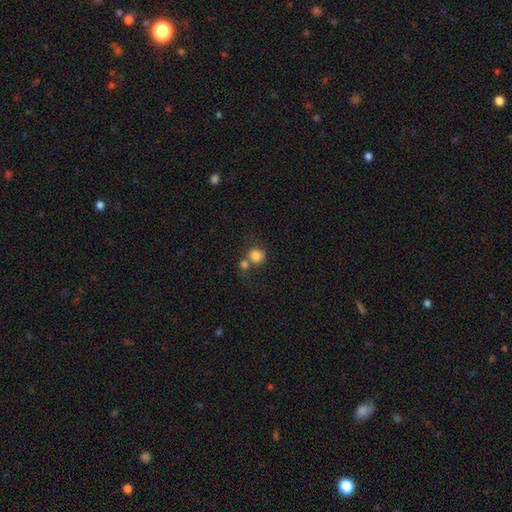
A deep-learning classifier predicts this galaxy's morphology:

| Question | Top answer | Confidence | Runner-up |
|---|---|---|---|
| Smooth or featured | smooth | 83% | star or artifact (10%) |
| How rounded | round | 85% | in between (14%) |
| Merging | none | 48% | merger (37%) |